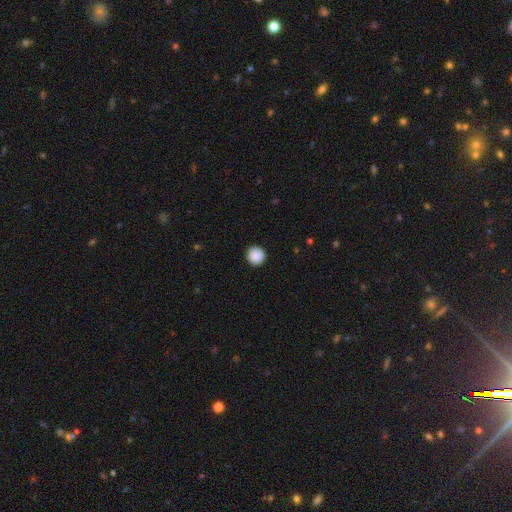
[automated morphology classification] Q: Smooth or featured?
A: smooth (89%); runner-up: star or artifact (8%)
Q: How rounded?
A: round (94%); runner-up: in between (5%)
Q: Merging?
A: none (91%); runner-up: minor disturbance (6%)